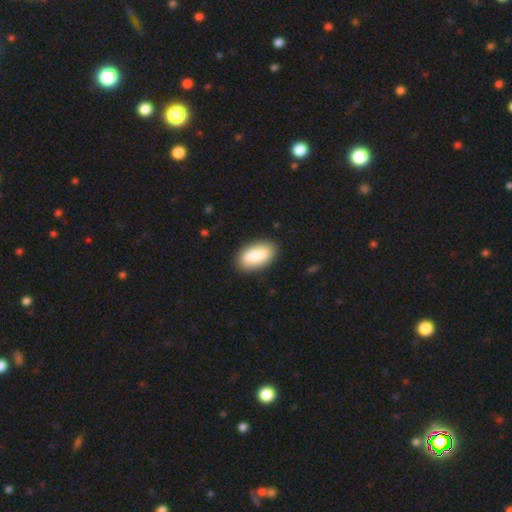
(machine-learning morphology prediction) Smooth or featured?
  - smooth: 83% *
  - featured or disk: 11%
  - star or artifact: 6%
How rounded?
  - in between: 94% *
  - round: 3%
  - cigar-shaped: 3%
Merging?
  - none: 85% *
  - minor disturbance: 11%
  - major disturbance: 3%
  - merger: 1%